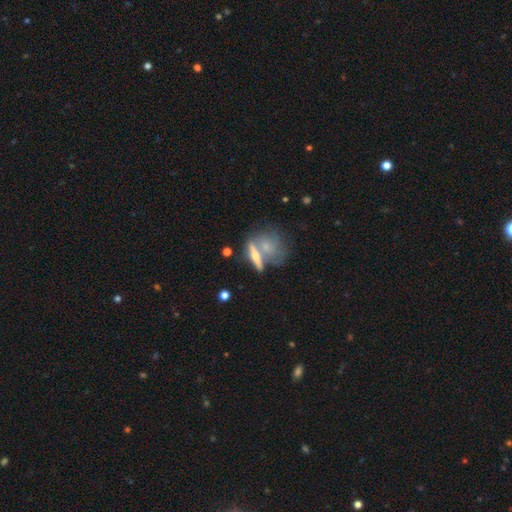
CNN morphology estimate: smooth_or_featured: featured or disk (p=0.49) [alt: smooth p=0.42]
merging: none (p=0.49) [alt: merger p=0.33]